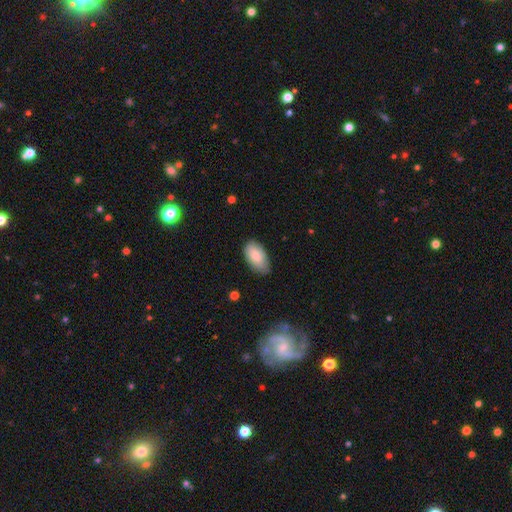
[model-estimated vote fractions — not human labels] Smooth or featured? Predicted: smooth (p=0.83). How rounded? Predicted: in between (p=0.94). Merging? Predicted: none (p=0.73).